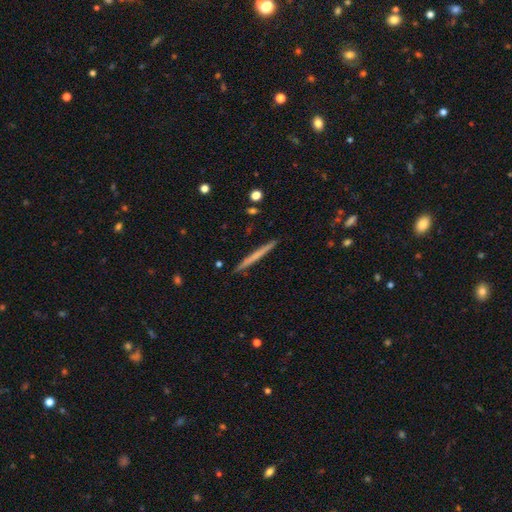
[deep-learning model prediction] This is possibly a smooth galaxy (52%). How rounded: clearly cigar-shaped (97%). Merging: clearly none (92%).